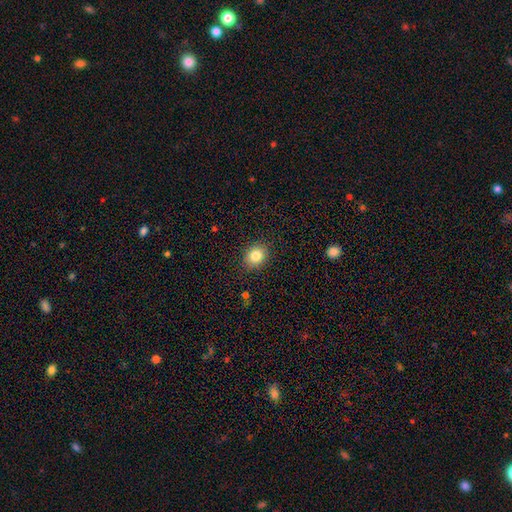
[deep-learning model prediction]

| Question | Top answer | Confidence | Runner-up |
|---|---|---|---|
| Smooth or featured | smooth | 83% | star or artifact (10%) |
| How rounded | round | 61% | in between (38%) |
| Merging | none | 87% | minor disturbance (9%) |